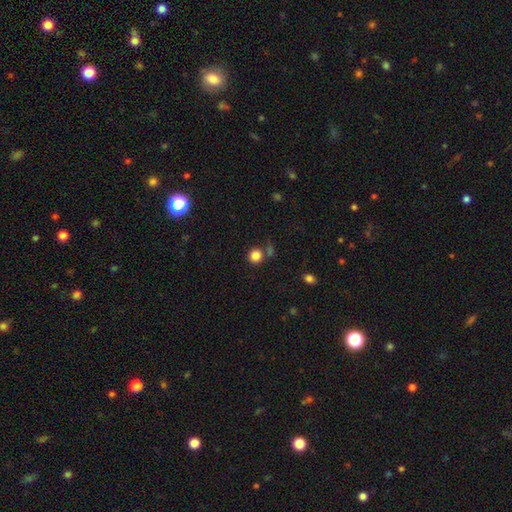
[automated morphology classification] Smooth or featured? Predicted: smooth (p=0.84). How rounded? Predicted: round (p=0.91). Merging? Predicted: none (p=0.73).